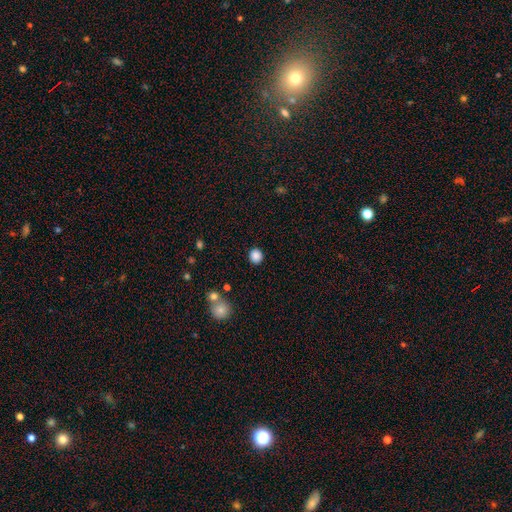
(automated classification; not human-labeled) Morphology: type=smooth (86%); roundness=round (90%); merging=none (89%).